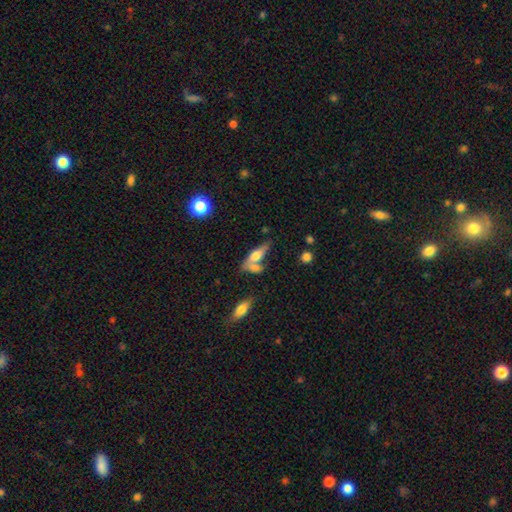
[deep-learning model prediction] smooth-or-featured: smooth: 52% | featured or disk: 40% | star or artifact: 8%
  how-rounded: in between: 52% | cigar-shaped: 44% | round: 4%
  merging: none: 43% | merger: 39% | minor disturbance: 13% | major disturbance: 6%